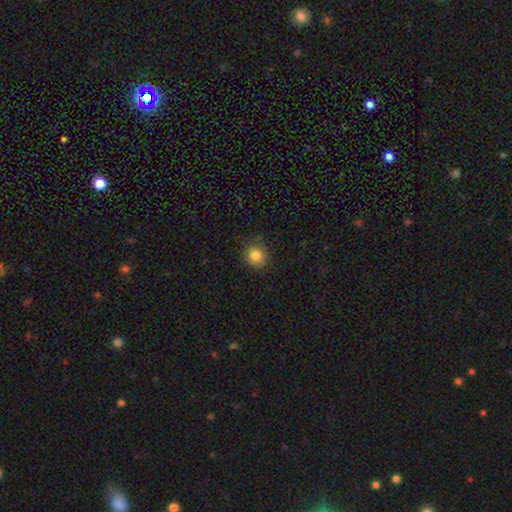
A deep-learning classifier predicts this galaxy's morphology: Q: Smooth or featured?
A: smooth (83%); runner-up: star or artifact (11%)
Q: How rounded?
A: round (90%); runner-up: in between (9%)
Q: Merging?
A: none (87%); runner-up: minor disturbance (10%)